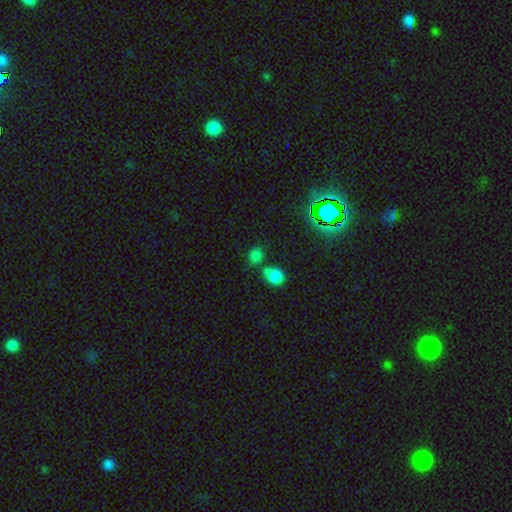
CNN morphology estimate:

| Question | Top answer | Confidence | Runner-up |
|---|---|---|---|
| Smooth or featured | smooth | 77% | star or artifact (18%) |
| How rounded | round | 57% | in between (41%) |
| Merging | none | 56% | merger (29%) |